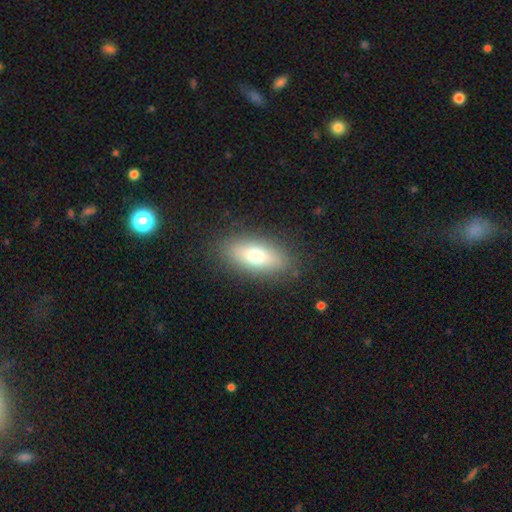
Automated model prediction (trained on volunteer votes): Overall: smooth (70%). How rounded: in between (79%). Merging: none (86%).